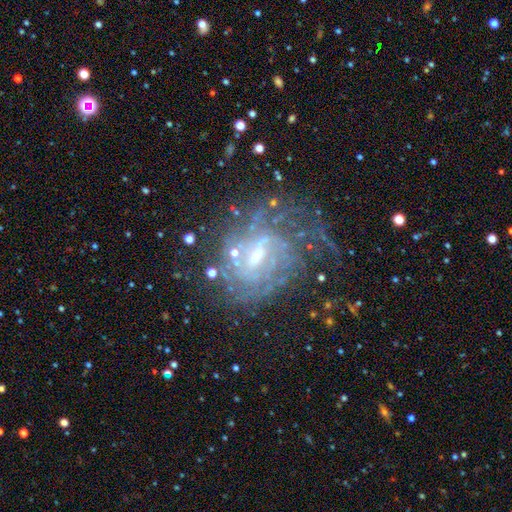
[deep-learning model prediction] Smooth or featured: featured or disk — 83% (star or artifact — 10%)
Edge-on disk: no — 97% (yes — 3%)
Bar: weak — 53% (strong — 28%)
Spiral arms: yes — 88% (no — 12%)
Spiral winding: tight — 57% (medium — 31%)
Spiral arm count: can't tell — 48% (2 — 14%)
Bulge size: moderate — 44% (small — 42%)
Merging: none — 54% (minor disturbance — 21%)